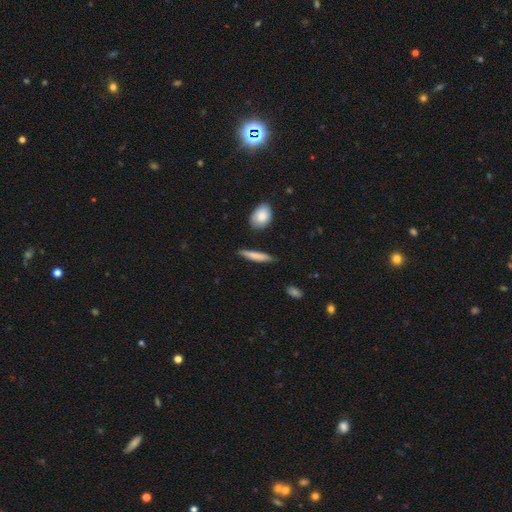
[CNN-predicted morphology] Smooth or featured?
  - smooth: 73% *
  - featured or disk: 21%
  - star or artifact: 6%
How rounded?
  - cigar-shaped: 86% *
  - in between: 11%
  - round: 2%
Merging?
  - none: 82% *
  - minor disturbance: 13%
  - merger: 3%
  - major disturbance: 2%